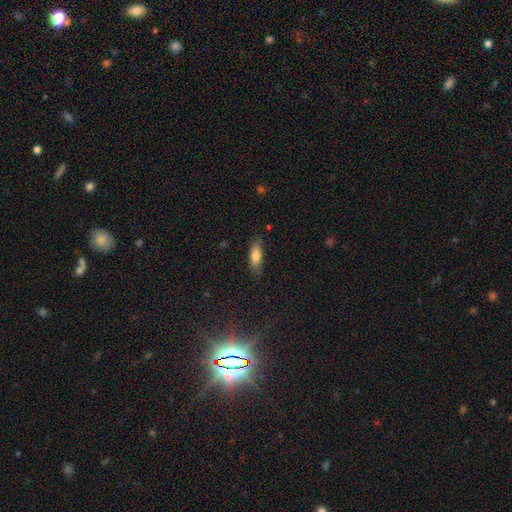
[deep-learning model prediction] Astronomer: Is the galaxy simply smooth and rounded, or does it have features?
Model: smooth — 77%.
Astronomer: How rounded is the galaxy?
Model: in between — 63%.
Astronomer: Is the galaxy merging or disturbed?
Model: none — 76%.